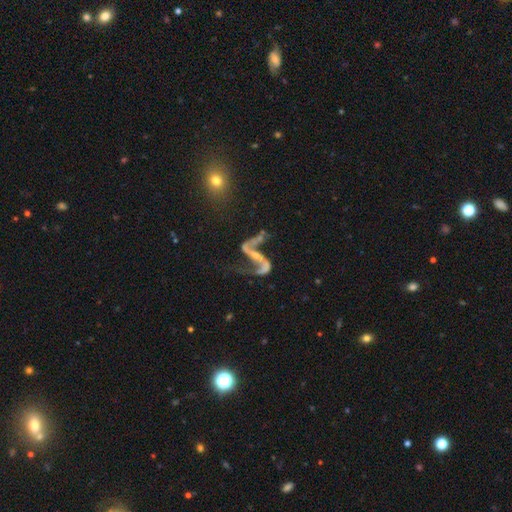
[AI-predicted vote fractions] Smooth or featured: featured or disk — 87% (star or artifact — 8%)
Edge-on disk: no — 94% (yes — 6%)
Bar: strong — 39% (weak — 31%)
Spiral arms: yes — 92% (no — 8%)
Spiral winding: loose — 84% (medium — 12%)
Spiral arm count: 2 — 88% (1 — 7%)
Bulge size: small — 60% (moderate — 21%)
Merging: none — 41% (major disturbance — 27%)